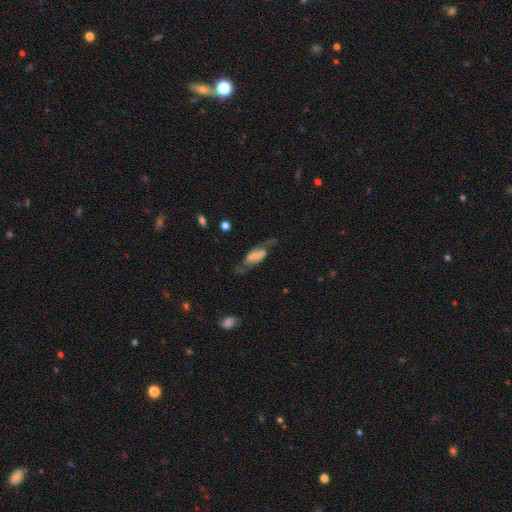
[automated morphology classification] This appears to be a featured or disk galaxy (56%). Merging: none (51%).